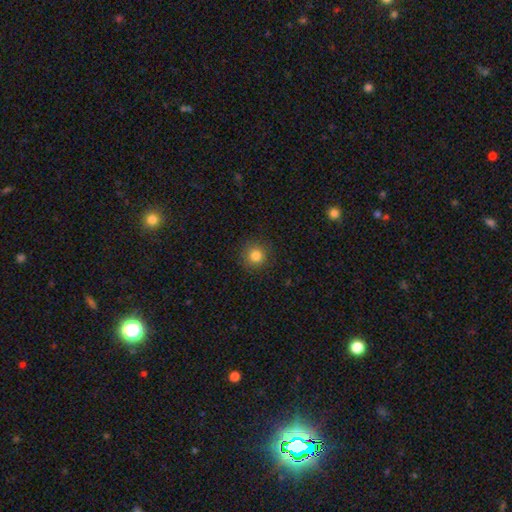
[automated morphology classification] The model was most divided on "smooth or featured": smooth: 82%, star or artifact: 12%, featured or disk: 6%. More confident: how rounded — round (94%); merging — none (91%).